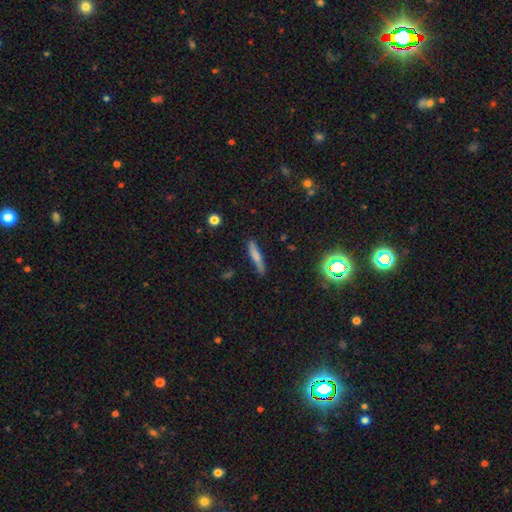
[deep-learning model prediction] This is likely a smooth galaxy (67%). How rounded: clearly cigar-shaped (88%). Merging: clearly none (80%).